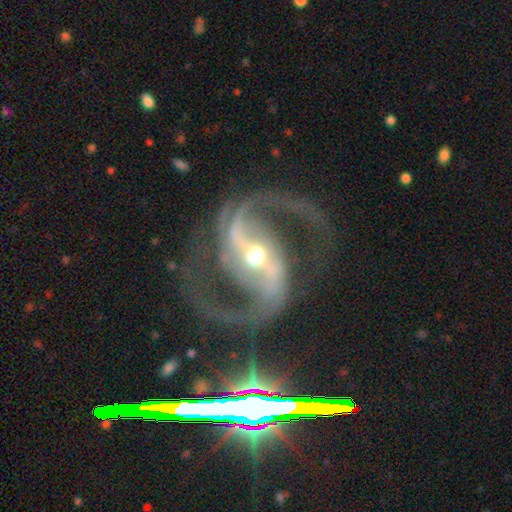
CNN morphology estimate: Smooth or featured? Predicted: featured or disk (p=0.93). Edge-on disk? Predicted: no (p=0.98). Bar? Predicted: strong (p=0.71). Spiral arms? Predicted: yes (p=0.98). Spiral winding? Predicted: medium (p=0.59). Spiral arm count? Predicted: 2 (p=0.90). Bulge size? Predicted: moderate (p=0.57). Merging? Predicted: none (p=0.77).